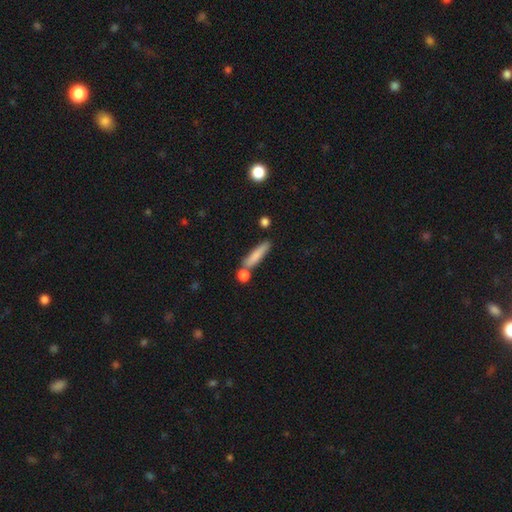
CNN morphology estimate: Smooth or featured? Predicted: smooth (p=0.78). How rounded? Predicted: cigar-shaped (p=0.81). Merging? Predicted: none (p=0.66).